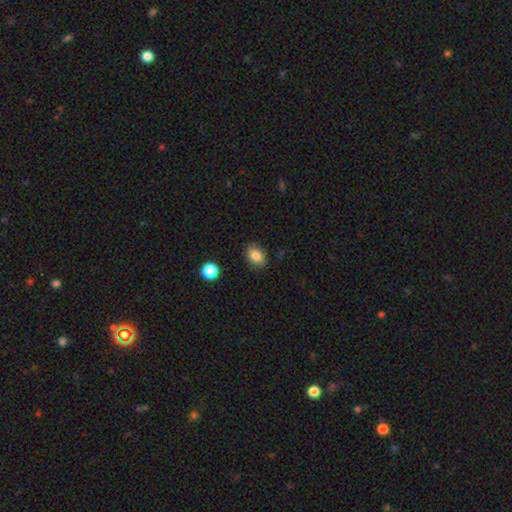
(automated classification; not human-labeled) This appears to be a smooth galaxy with no disk features (85%) that is in between round and cigar-shaped (75%). Merging: none (86%).